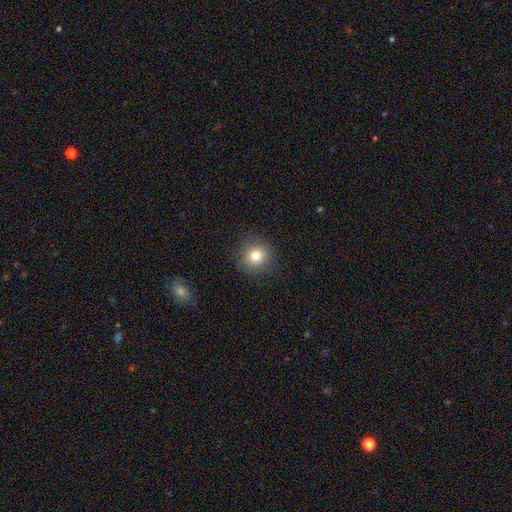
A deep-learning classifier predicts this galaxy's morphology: Smooth or featured?
  - smooth: 80% *
  - star or artifact: 12%
  - featured or disk: 8%
How rounded?
  - round: 90% *
  - in between: 9%
  - cigar-shaped: 1%
Merging?
  - none: 88% *
  - minor disturbance: 8%
  - major disturbance: 3%
  - merger: 1%